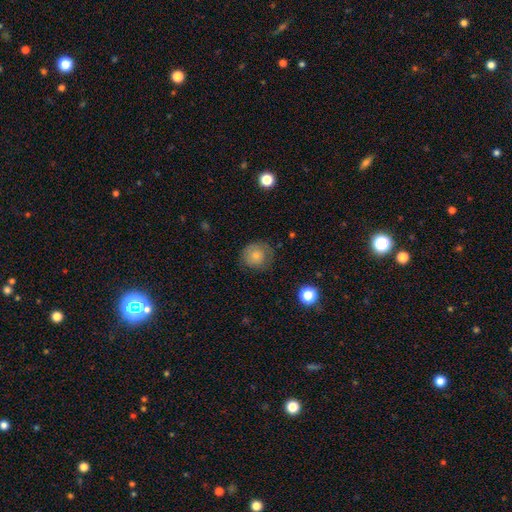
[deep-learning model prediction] This is likely a smooth galaxy (75%). How rounded: clearly round (88%). Merging: likely none (73%).